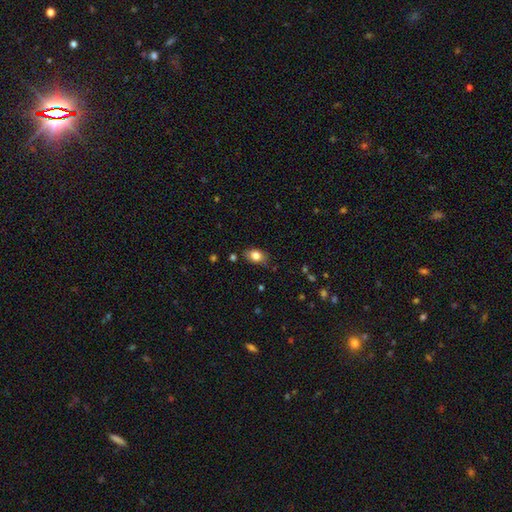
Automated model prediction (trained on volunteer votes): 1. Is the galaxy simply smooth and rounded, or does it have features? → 82% smooth, 10% featured or disk, 9% star or artifact.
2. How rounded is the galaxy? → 81% in between, 17% round, 2% cigar-shaped.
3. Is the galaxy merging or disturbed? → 79% none, 16% minor disturbance, 3% major disturbance, 2% merger.